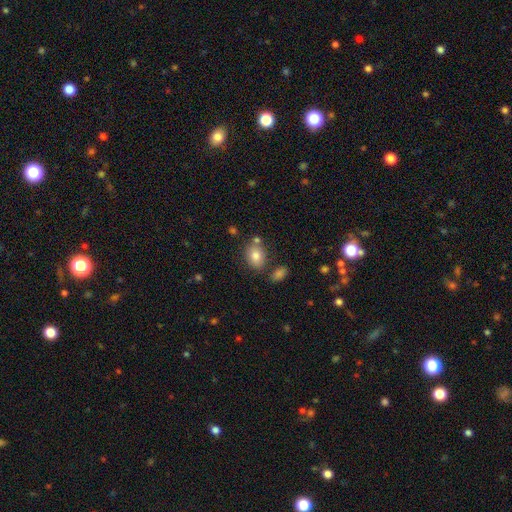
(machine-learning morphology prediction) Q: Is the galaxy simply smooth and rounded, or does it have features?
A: smooth — 81%.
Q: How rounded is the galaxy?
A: in between — 67%.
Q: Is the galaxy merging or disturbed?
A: none — 70%.